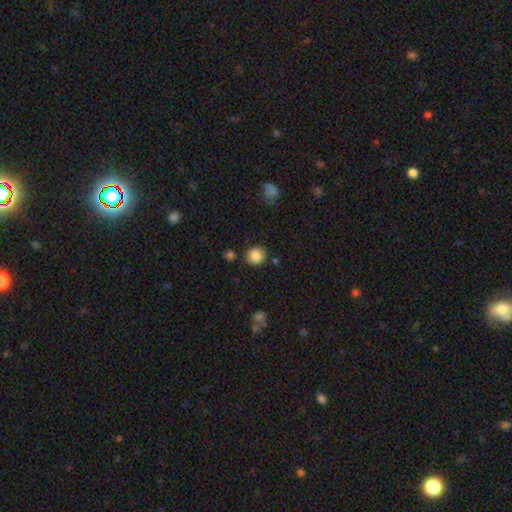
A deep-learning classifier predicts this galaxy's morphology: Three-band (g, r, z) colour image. It shows a smooth galaxy with no disk features (86%) that is round (87%). Merging: none (81%).